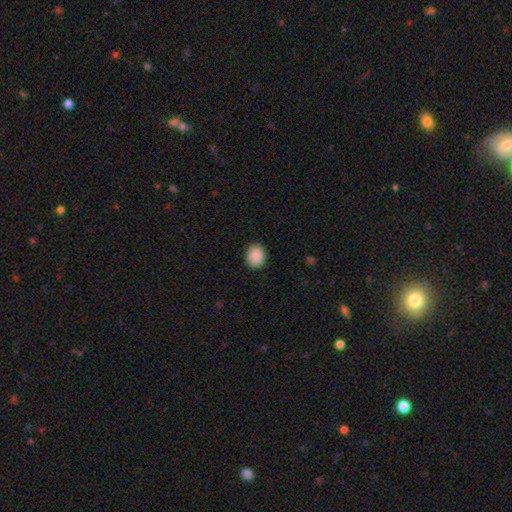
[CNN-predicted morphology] Smooth or featured? Predicted: smooth (p=0.90). How rounded? Predicted: round (p=0.68). Merging? Predicted: none (p=0.89).